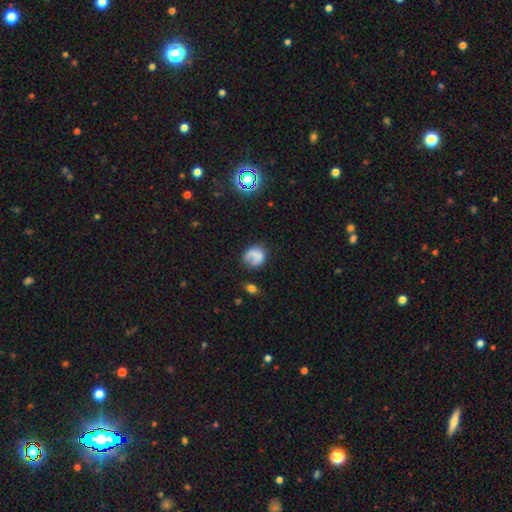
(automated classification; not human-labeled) Smooth or featured?
  - smooth: 71% *
  - featured or disk: 18%
  - star or artifact: 12%
How rounded?
  - round: 74% *
  - in between: 25%
  - cigar-shaped: 1%
Merging?
  - none: 55% *
  - minor disturbance: 26%
  - major disturbance: 14%
  - merger: 5%